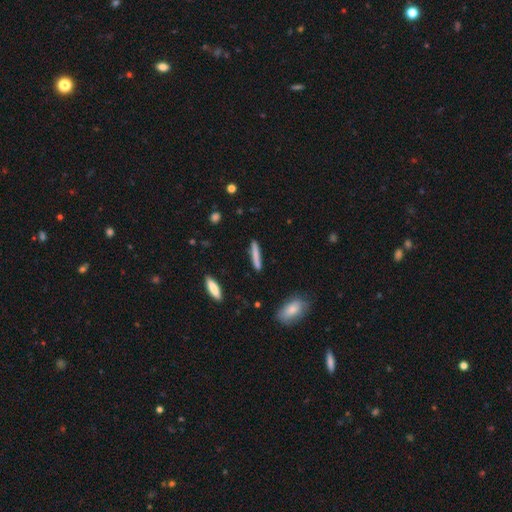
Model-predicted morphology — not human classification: Smooth or featured? Predicted: smooth (p=0.73). How rounded? Predicted: cigar-shaped (p=0.93). Merging? Predicted: none (p=0.87).